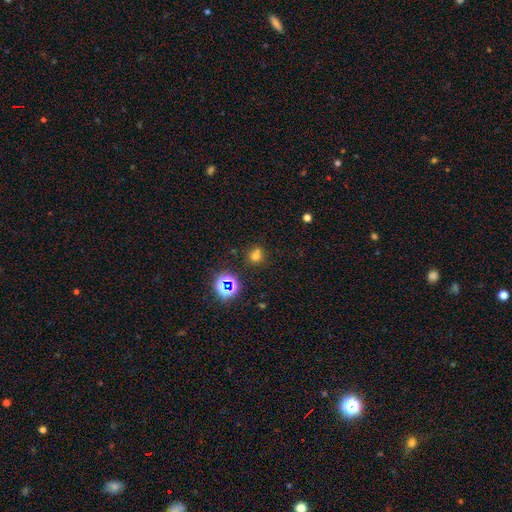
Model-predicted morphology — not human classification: Smooth or featured? Predicted: smooth (p=0.64). How rounded? Predicted: round (p=0.73). Merging? Predicted: none (p=0.65).